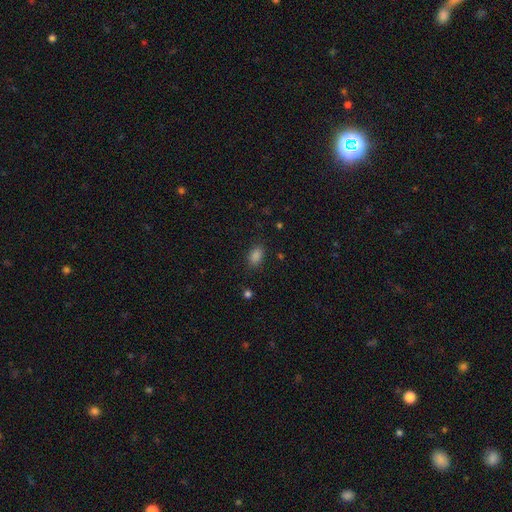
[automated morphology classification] Smooth or featured? smooth (85%)
How rounded? in between (88%)
Merging? none (85%)